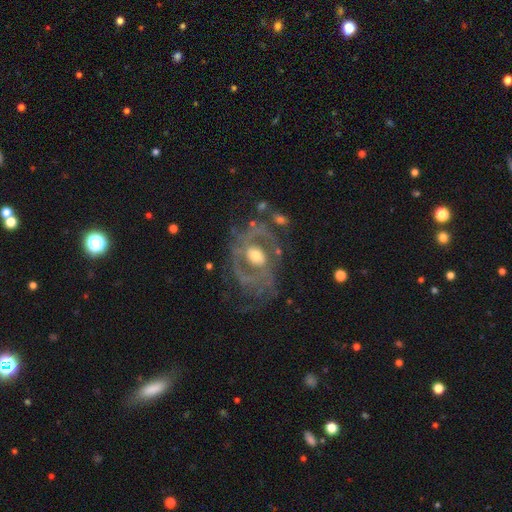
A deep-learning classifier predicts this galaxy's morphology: type=featured or disk (84%); edge-on=no (97%); bar=no (51%); spiral arms=yes (81%); winding=medium (44%); arm count=2 (54%); bulge=moderate (68%); merging=none (58%).